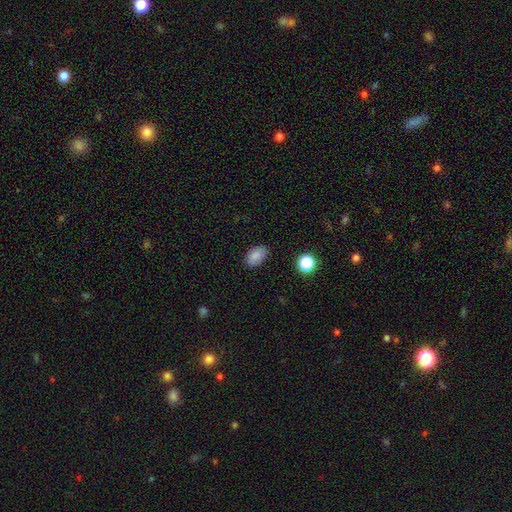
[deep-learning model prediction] Smooth or featured?
  - smooth: 86% *
  - star or artifact: 9%
  - featured or disk: 5%
How rounded?
  - in between: 90% *
  - round: 8%
  - cigar-shaped: 1%
Merging?
  - none: 85% *
  - minor disturbance: 11%
  - major disturbance: 3%
  - merger: 1%